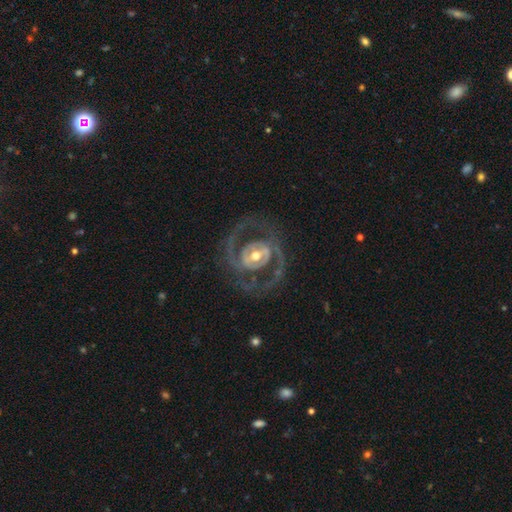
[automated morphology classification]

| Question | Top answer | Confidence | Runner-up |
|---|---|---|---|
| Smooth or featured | featured or disk | 89% | smooth (6%) |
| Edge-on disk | no | 97% | yes (3%) |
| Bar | weak | 36% | no (35%) |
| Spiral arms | yes | 92% | no (8%) |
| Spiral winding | medium | 48% | tight (39%) |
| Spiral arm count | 2 | 84% | can't tell (6%) |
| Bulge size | moderate | 65% | small (24%) |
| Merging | none | 76% | minor disturbance (12%) |